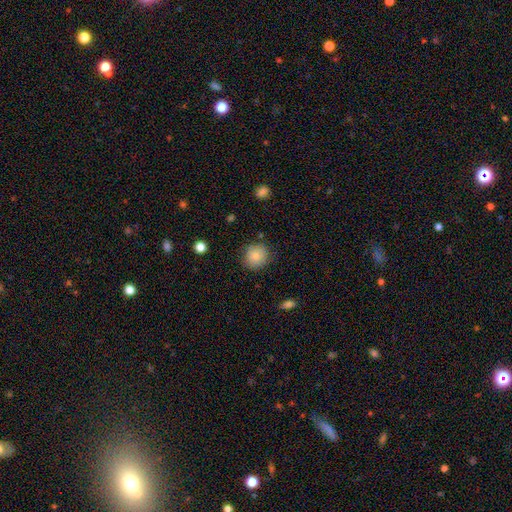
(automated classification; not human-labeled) This appears to be a smooth galaxy with no disk features (83%) that is round (87%). Merging: none (84%).